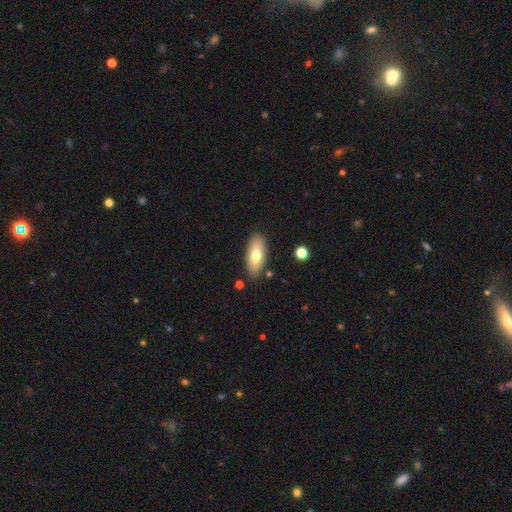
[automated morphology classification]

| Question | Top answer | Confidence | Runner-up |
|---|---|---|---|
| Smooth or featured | smooth | 72% | featured or disk (22%) |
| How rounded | in between | 81% | cigar-shaped (16%) |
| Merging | none | 86% | minor disturbance (10%) |